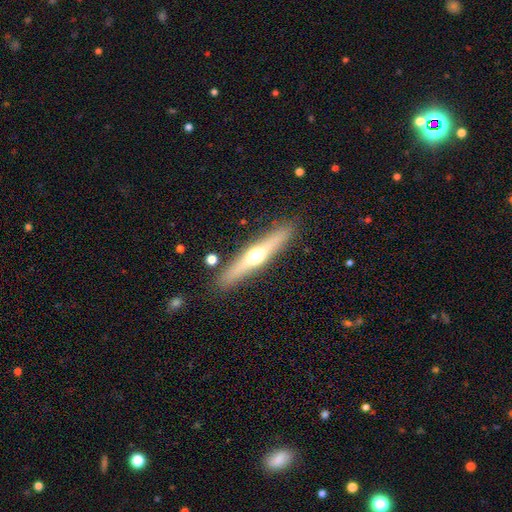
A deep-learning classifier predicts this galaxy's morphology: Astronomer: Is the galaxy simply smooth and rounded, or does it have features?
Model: featured or disk — 59% (runner-up: smooth, 35%).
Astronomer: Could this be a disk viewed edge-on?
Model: yes — 93%.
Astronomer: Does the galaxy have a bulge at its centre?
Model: rounded — 93%.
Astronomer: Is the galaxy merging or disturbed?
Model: none — 88%.